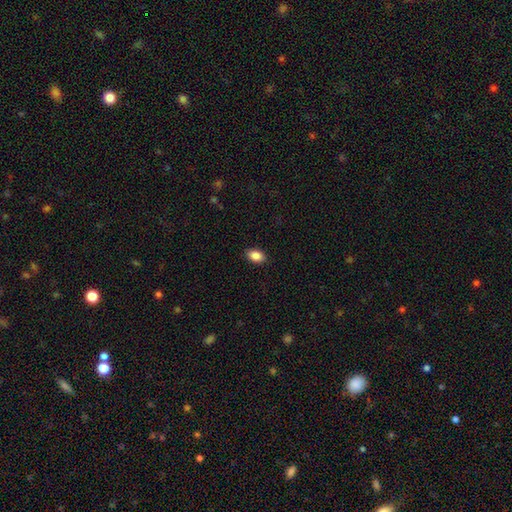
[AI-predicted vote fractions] Smooth or featured? smooth (87%)
How rounded? in between (90%)
Merging? none (89%)